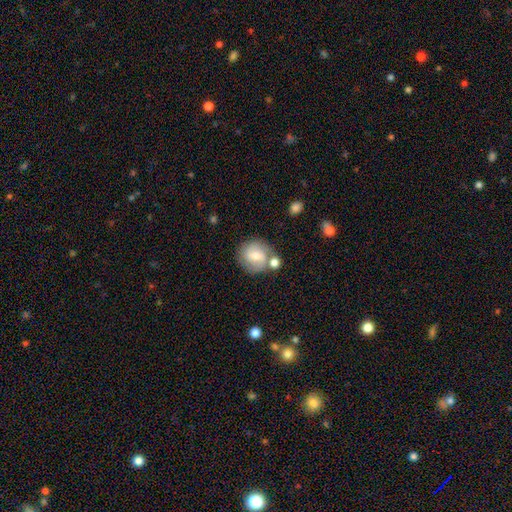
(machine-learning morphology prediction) Smooth or featured?
  - smooth: 53% *
  - featured or disk: 40%
  - star or artifact: 7%
How rounded?
  - round: 83% *
  - in between: 16%
  - cigar-shaped: 1%
Merging?
  - none: 57% *
  - merger: 22%
  - minor disturbance: 15%
  - major disturbance: 5%